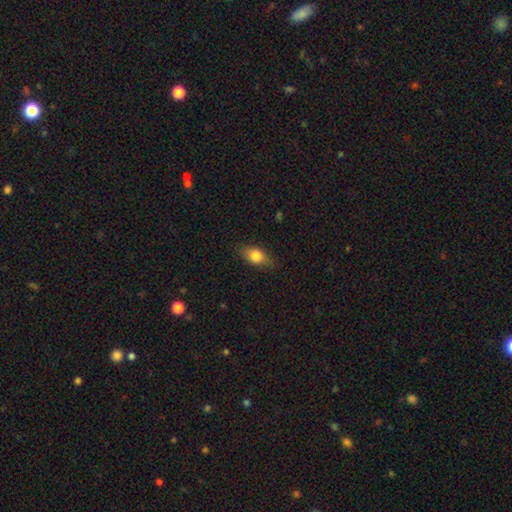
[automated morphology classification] Smooth or featured: smooth — 78% (featured or disk — 14%)
How rounded: in between — 79% (round — 15%)
Merging: none — 79% (minor disturbance — 17%)